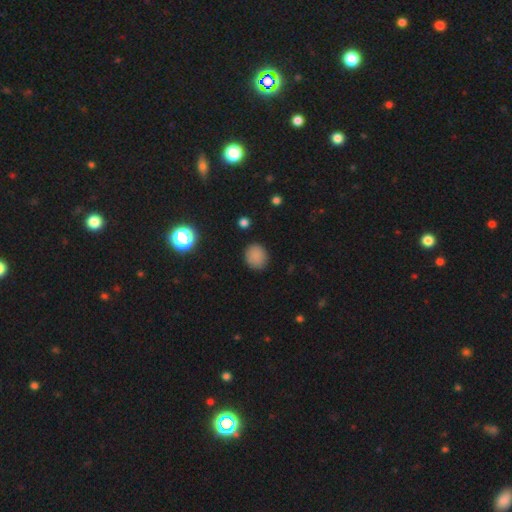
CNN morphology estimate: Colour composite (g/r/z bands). It shows a smooth galaxy with no disk features (84%) that is round (71%). Merging: none (86%).